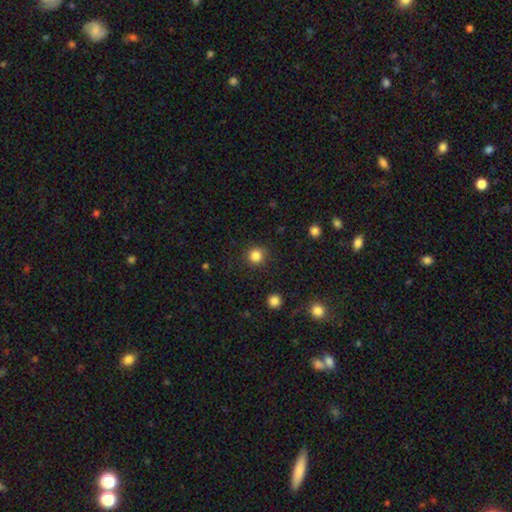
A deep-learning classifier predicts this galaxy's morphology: Smooth or featured? smooth (84%)
How rounded? round (93%)
Merging? none (88%)